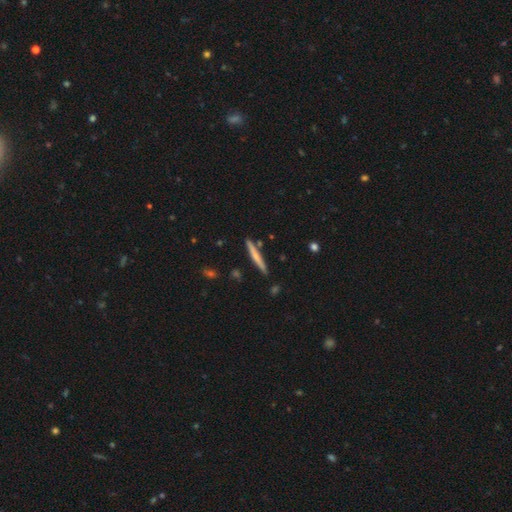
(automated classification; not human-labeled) smooth 52%, featured or disk 42%, star or artifact 6%. Down the decision tree: how rounded — cigar-shaped (95%); merging — none (87%).